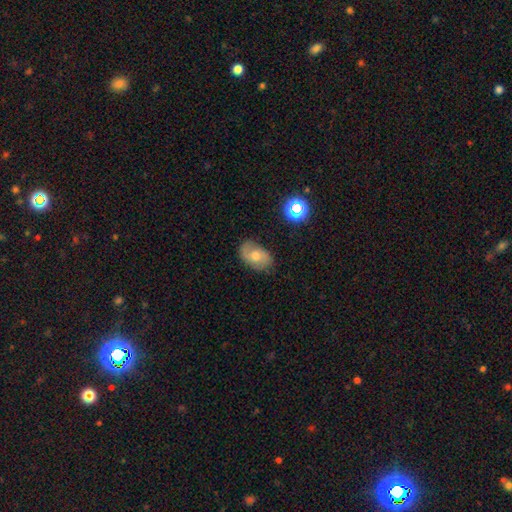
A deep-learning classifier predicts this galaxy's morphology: Smooth or featured? smooth (46%)
Merging? none (74%)